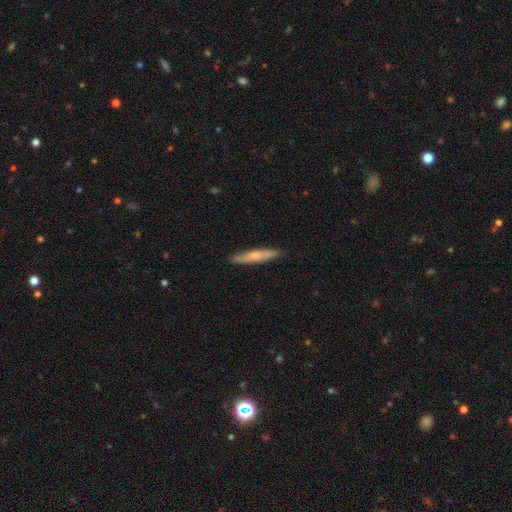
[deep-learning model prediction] Smooth or featured? Predicted: smooth (p=0.56). How rounded? Predicted: cigar-shaped (p=0.92). Merging? Predicted: none (p=0.87).